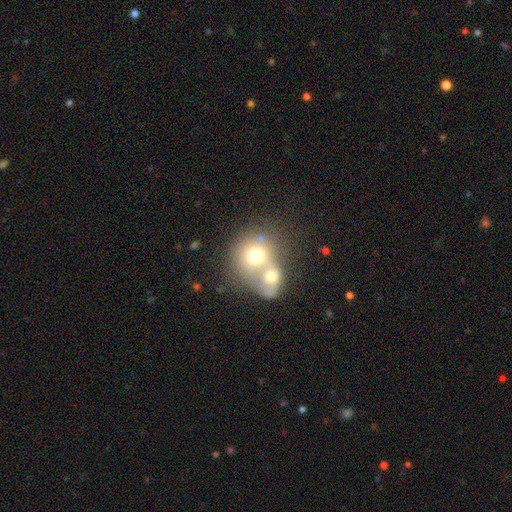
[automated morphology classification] Smooth or featured: smooth — 58% (featured or disk — 29%)
How rounded: round — 71% (in between — 28%)
Merging: merger — 72% (none — 18%)